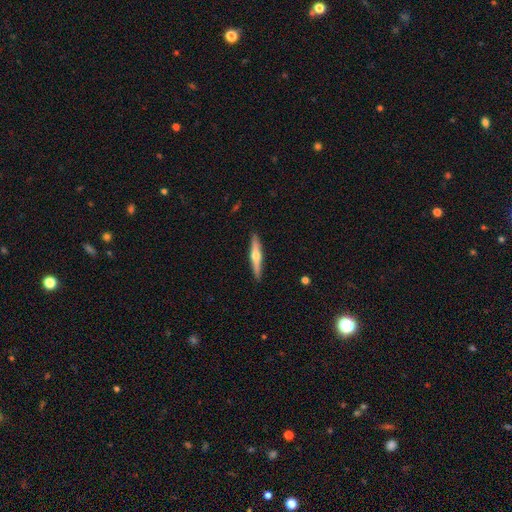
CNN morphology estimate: Smooth or featured: featured or disk — 62% (smooth — 33%)
Edge-on disk: yes — 97% (no — 3%)
Edge-on bulge: rounded — 92% (none — 4%)
Merging: none — 91% (minor disturbance — 6%)